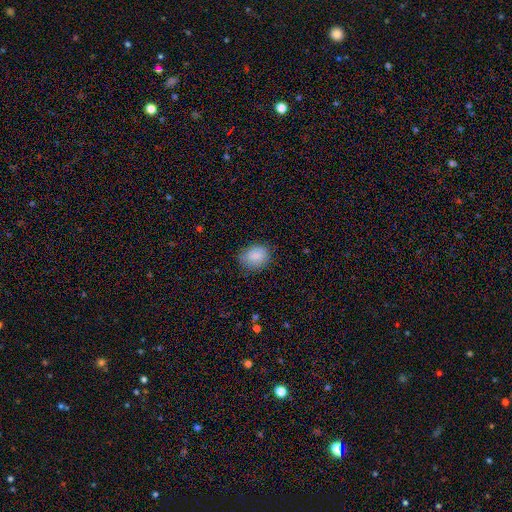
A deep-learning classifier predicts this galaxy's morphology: smooth 86%, star or artifact 8%, featured or disk 6%. Down the decision tree: how rounded — in between (57%); merging — none (73%).